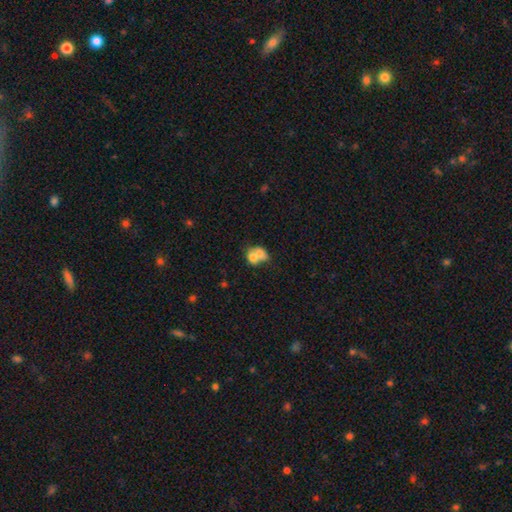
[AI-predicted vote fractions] This is likely a smooth galaxy (68%). How rounded: possibly in between (54%). Merging: likely merger (71%).